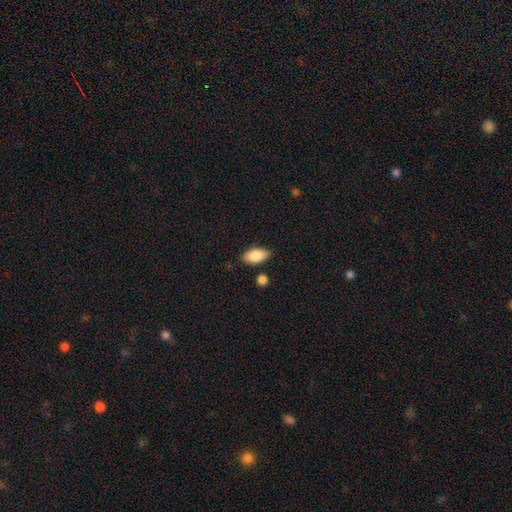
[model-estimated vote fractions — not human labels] smooth-or-featured: smooth: 84% | featured or disk: 9% | star or artifact: 7%
  how-rounded: in between: 92% | cigar-shaped: 5% | round: 3%
  merging: none: 83% | minor disturbance: 11% | merger: 3% | major disturbance: 2%